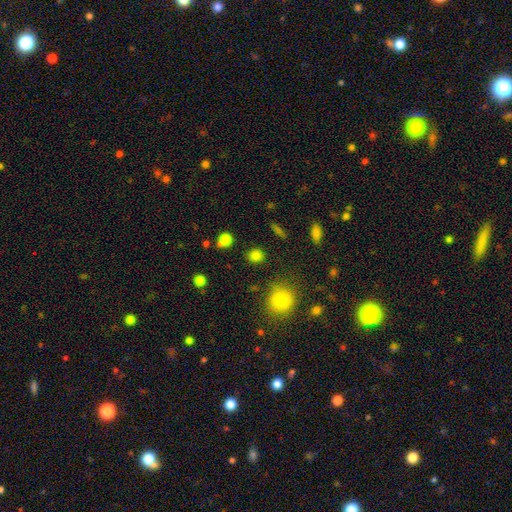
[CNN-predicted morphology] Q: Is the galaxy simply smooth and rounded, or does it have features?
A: smooth — 81%.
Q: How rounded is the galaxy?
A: round — 82%.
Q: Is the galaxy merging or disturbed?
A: none — 84%.